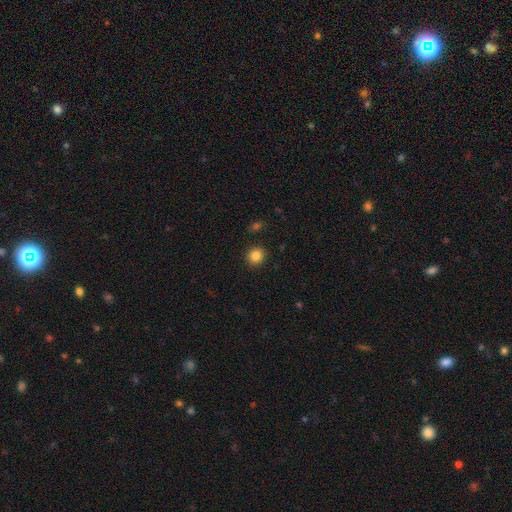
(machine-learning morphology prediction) Smooth or featured: smooth — 84% (star or artifact — 11%)
How rounded: round — 89% (in between — 10%)
Merging: none — 91% (minor disturbance — 6%)